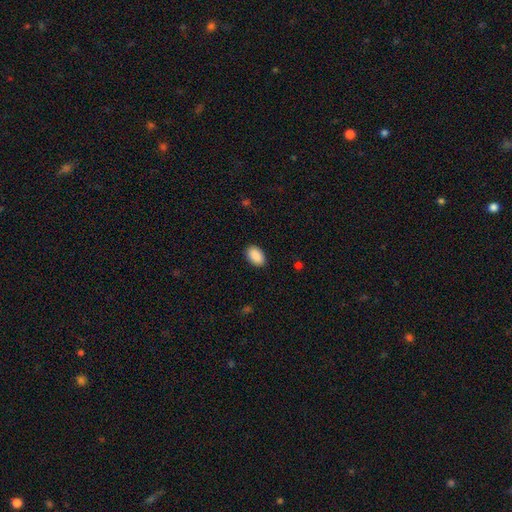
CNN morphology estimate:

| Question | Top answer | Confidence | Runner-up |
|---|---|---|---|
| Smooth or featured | smooth | 91% | star or artifact (6%) |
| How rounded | in between | 92% | round (6%) |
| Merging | none | 89% | minor disturbance (8%) |